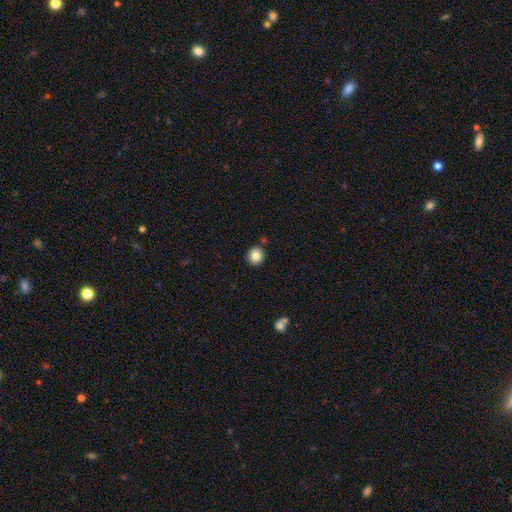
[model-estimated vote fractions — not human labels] Overall: smooth (84%). How rounded: round (89%). Merging: none (88%).